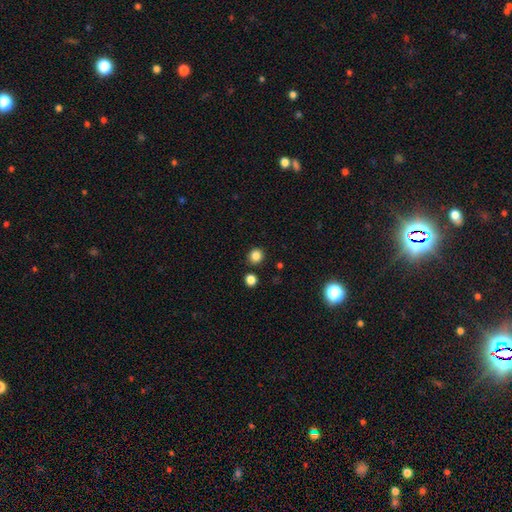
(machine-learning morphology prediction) Q: Smooth or featured?
A: smooth (84%); runner-up: star or artifact (12%)
Q: How rounded?
A: round (85%); runner-up: in between (14%)
Q: Merging?
A: none (86%); runner-up: minor disturbance (7%)